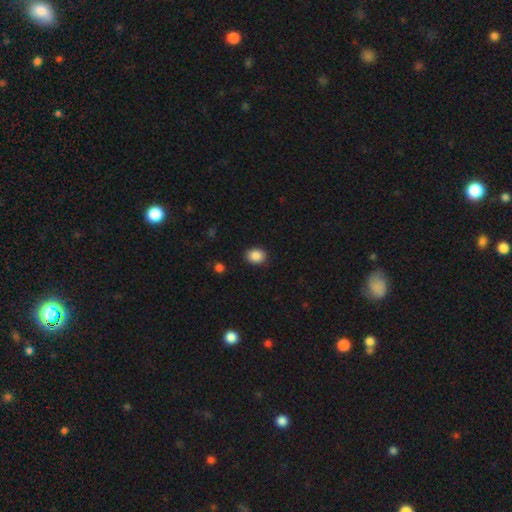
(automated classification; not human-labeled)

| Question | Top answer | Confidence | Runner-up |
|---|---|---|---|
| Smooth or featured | smooth | 88% | star or artifact (9%) |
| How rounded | round | 57% | in between (42%) |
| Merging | none | 89% | minor disturbance (7%) |